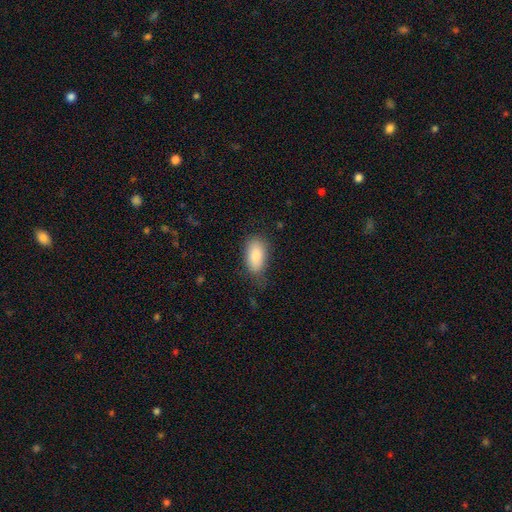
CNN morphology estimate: smooth 85%, featured or disk 8%, star or artifact 7%. Down the decision tree: how rounded — in between (91%); merging — none (68%).